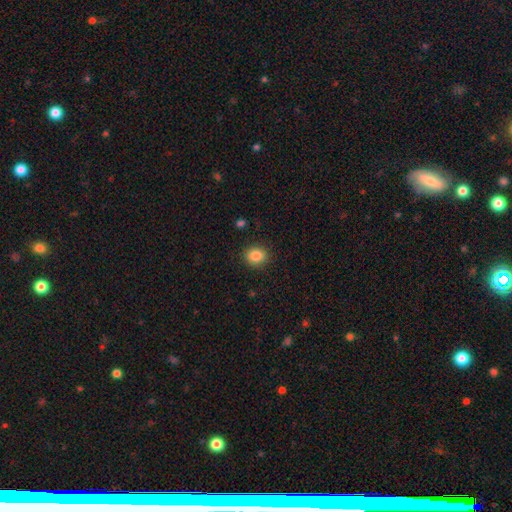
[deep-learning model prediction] The model was most divided on "how rounded": round: 70%, in between: 29%, cigar-shaped: 1%. More confident: merging — none (90%); smooth or featured — smooth (85%).